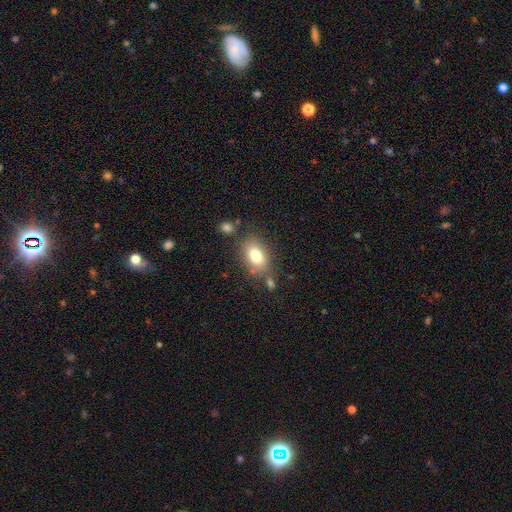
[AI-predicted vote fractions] Overall: smooth (79%). How rounded: in between (81%). Merging: none (73%).